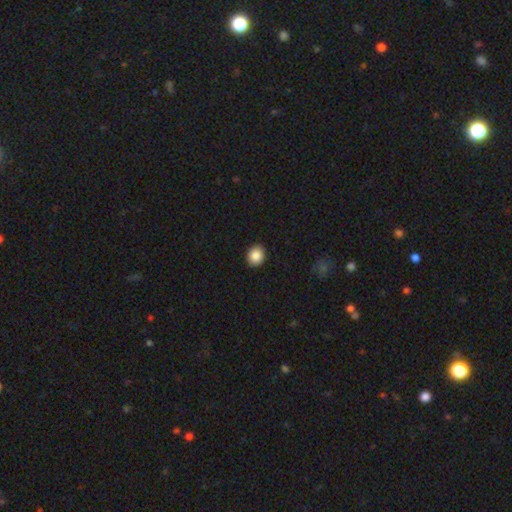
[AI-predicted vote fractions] smooth_or_featured: smooth (p=0.87) [alt: star or artifact p=0.08]
how_rounded: round (p=0.64) [alt: in between p=0.35]
merging: none (p=0.91) [alt: minor disturbance p=0.06]